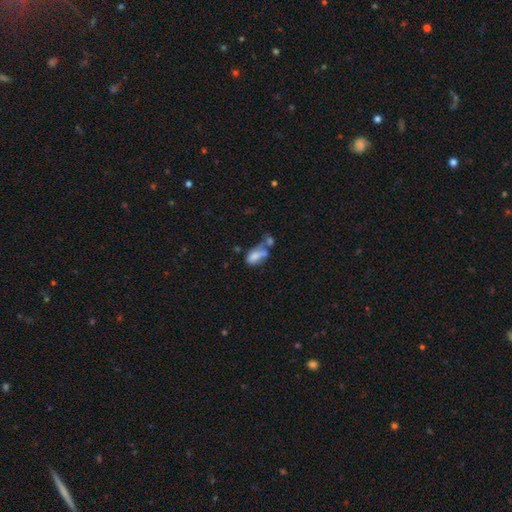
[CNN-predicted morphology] This appears to be a smooth galaxy with no disk features (66%) that is in between round and cigar-shaped (86%). Merging: merger (44%).